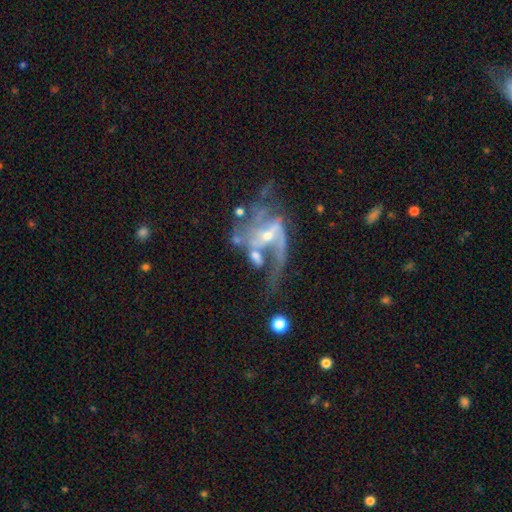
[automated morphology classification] Smooth or featured? featured or disk (76%)
Edge-on disk? no (96%)
Bar? no (50%)
Spiral arms? yes (80%)
Spiral winding? loose (61%)
Spiral arm count? 2 (38%)
Bulge size? small (54%)
Merging? major disturbance (36%)